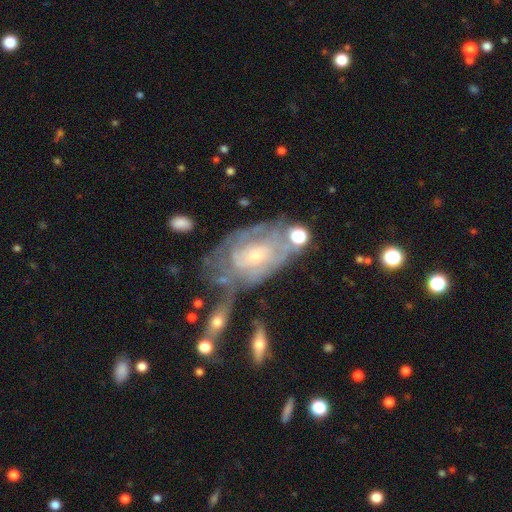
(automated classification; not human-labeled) Overall: featured or disk (76%). Edge-on disk: no (93%). Bar: no (68%). Spiral arms: yes (78%). Spiral arm count: can't tell (60%). Spiral winding: tight (65%). Bulge size: small (64%; moderate 29%). Merging: none (43%; minor disturbance 23%).